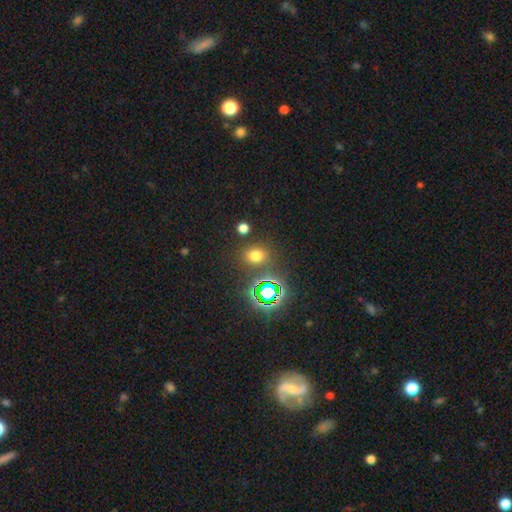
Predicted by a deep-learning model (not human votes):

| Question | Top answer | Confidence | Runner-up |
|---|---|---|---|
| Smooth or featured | smooth | 64% | star or artifact (29%) |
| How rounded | round | 58% | in between (41%) |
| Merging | none | 81% | minor disturbance (9%) |